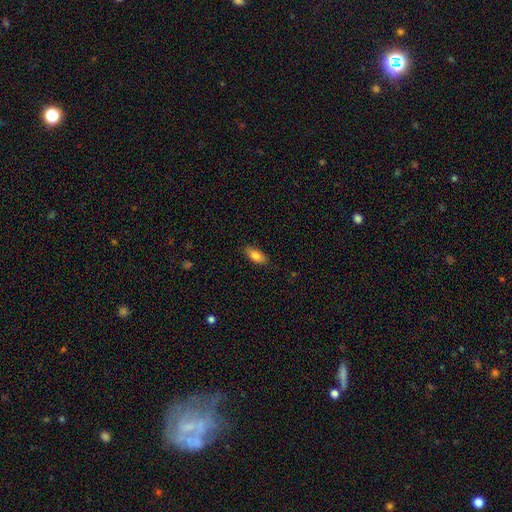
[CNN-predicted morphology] This is clearly a smooth galaxy (83%). How rounded: clearly in between (86%). Merging: clearly none (87%).